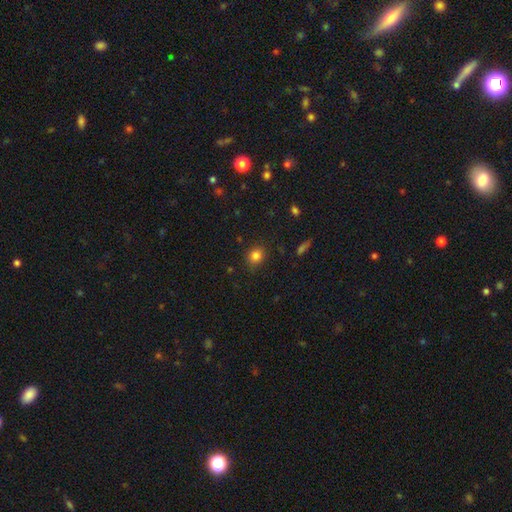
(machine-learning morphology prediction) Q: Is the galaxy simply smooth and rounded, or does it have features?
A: smooth — 82%.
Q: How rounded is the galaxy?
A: round — 72%.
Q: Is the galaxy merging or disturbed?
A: none — 85%.